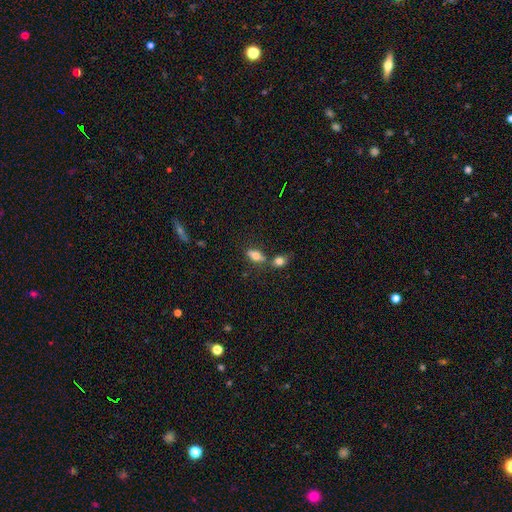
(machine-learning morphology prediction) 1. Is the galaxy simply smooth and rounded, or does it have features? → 74% smooth, 15% featured or disk, 10% star or artifact.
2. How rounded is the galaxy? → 78% in between, 14% cigar-shaped, 8% round.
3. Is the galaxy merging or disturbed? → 53% none, 29% merger, 13% minor disturbance, 5% major disturbance.